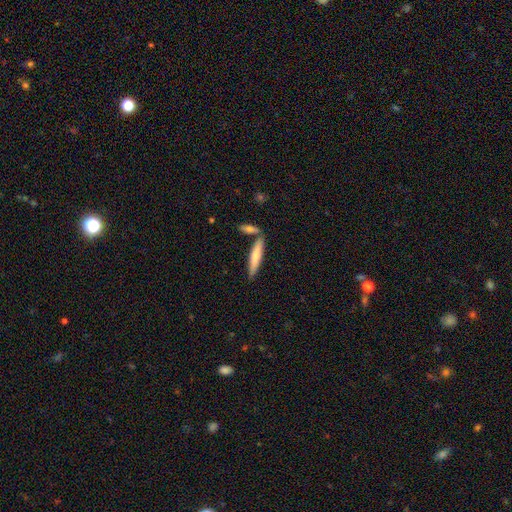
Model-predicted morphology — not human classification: smooth-or-featured: smooth: 66% | featured or disk: 29% | star or artifact: 5%
  how-rounded: cigar-shaped: 86% | in between: 12% | round: 1%
  merging: none: 74% | merger: 13% | minor disturbance: 11% | major disturbance: 2%